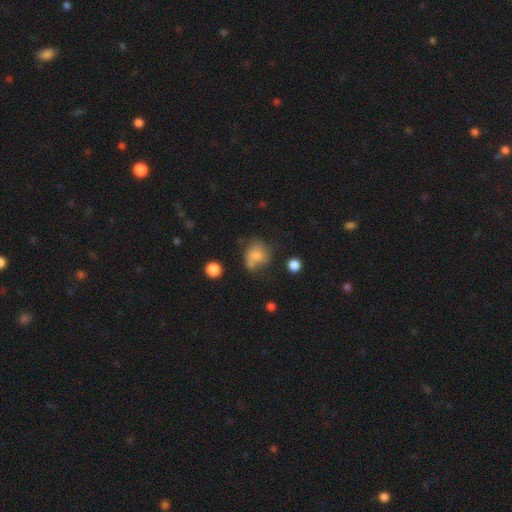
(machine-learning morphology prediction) smooth_or_featured: smooth (p=0.67) [alt: featured or disk p=0.21]
how_rounded: round (p=0.52) [alt: in between p=0.46]
merging: none (p=0.34) [alt: minor disturbance p=0.30]